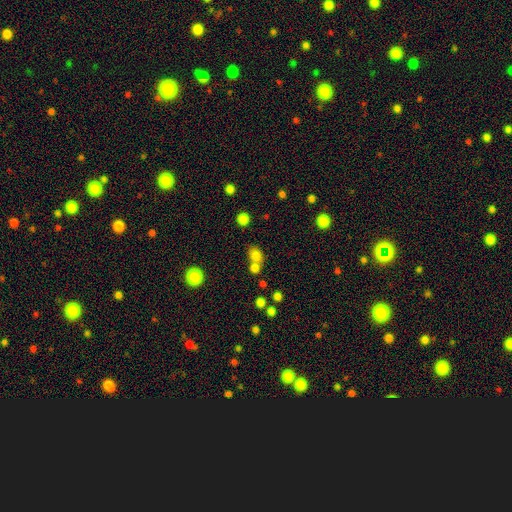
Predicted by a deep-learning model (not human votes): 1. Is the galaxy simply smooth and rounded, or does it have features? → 76% smooth, 14% star or artifact, 9% featured or disk.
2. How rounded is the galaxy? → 61% round, 38% in between, 1% cigar-shaped.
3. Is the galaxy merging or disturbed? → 45% none, 42% merger, 9% minor disturbance, 4% major disturbance.